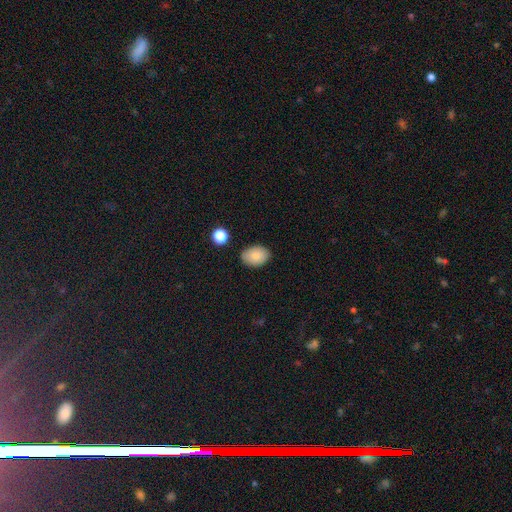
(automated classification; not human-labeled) smooth 85%, featured or disk 8%, star or artifact 7%. Down the decision tree: how rounded — in between (79%); merging — none (84%).